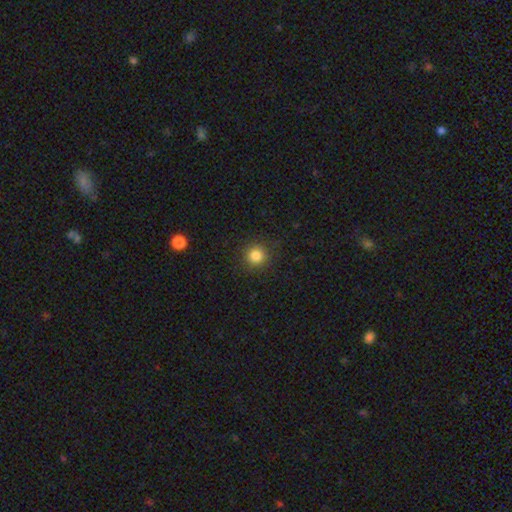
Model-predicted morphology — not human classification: smooth 83%, star or artifact 12%, featured or disk 5%. Down the decision tree: how rounded — round (94%); merging — none (90%).